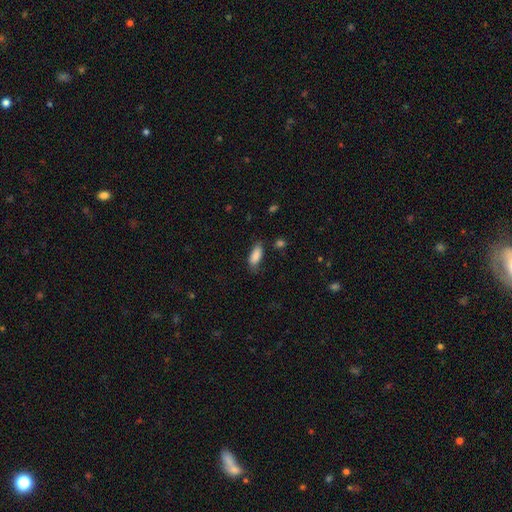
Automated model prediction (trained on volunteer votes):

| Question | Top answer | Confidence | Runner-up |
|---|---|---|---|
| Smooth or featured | smooth | 86% | star or artifact (7%) |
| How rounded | in between | 81% | cigar-shaped (17%) |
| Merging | none | 71% | minor disturbance (22%) |